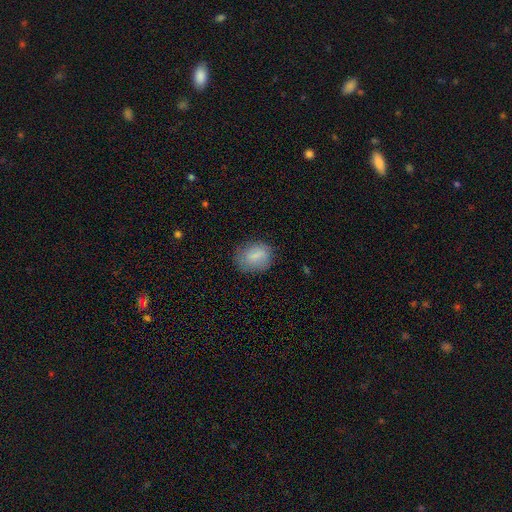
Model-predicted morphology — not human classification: smooth_or_featured: smooth (p=0.78) [alt: featured or disk p=0.14]
how_rounded: in between (p=0.60) [alt: round p=0.39]
merging: none (p=0.73) [alt: minor disturbance p=0.20]